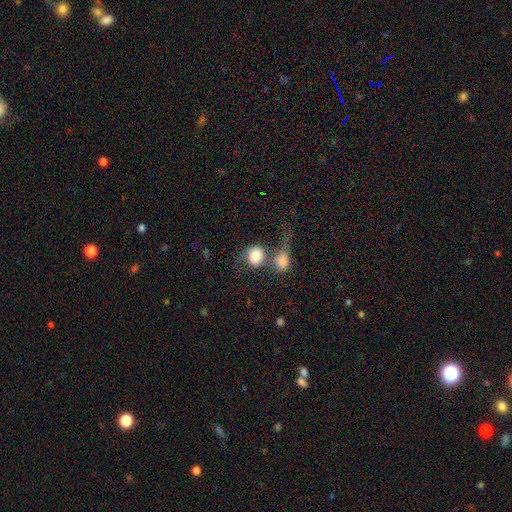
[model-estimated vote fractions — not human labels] A smooth galaxy with no disk features (70%) that is round (70%).

Vote fractions:
- Smooth or featured? smooth: 70% / featured or disk: 22% / star or artifact: 8%
- How rounded? round: 70% / in between: 29% / cigar-shaped: 2%
- Merging? merger: 59% / major disturbance: 16% / none: 16% / minor disturbance: 9%